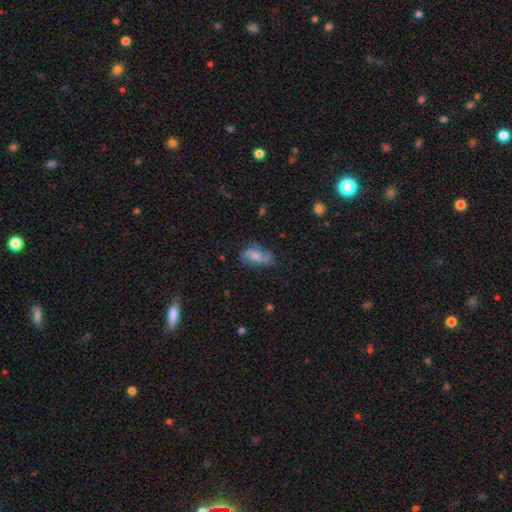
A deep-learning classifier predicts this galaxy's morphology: The model was most divided on "smooth or featured": featured or disk: 47%, smooth: 44%, star or artifact: 8%. More confident: merging — none (63%).